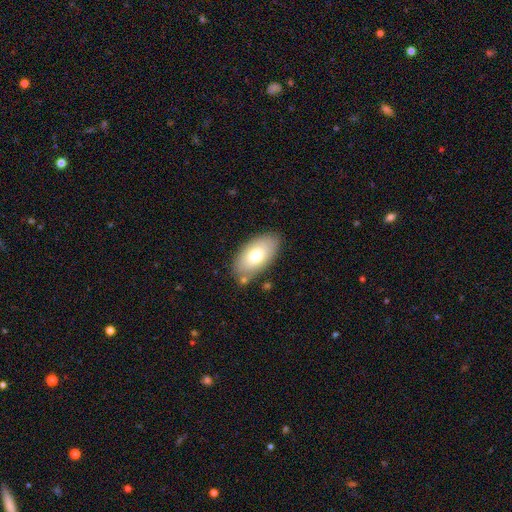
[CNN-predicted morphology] Smooth or featured: smooth — 73% (featured or disk — 19%)
How rounded: in between — 94% (round — 4%)
Merging: none — 80% (minor disturbance — 13%)